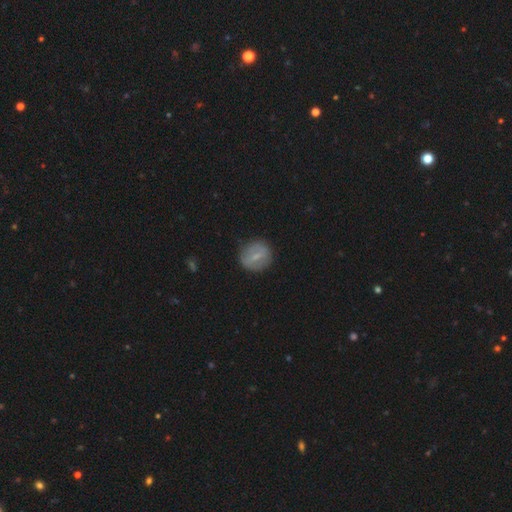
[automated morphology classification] This is possibly a smooth galaxy (54%). How rounded: likely round (78%). Merging: clearly none (83%).